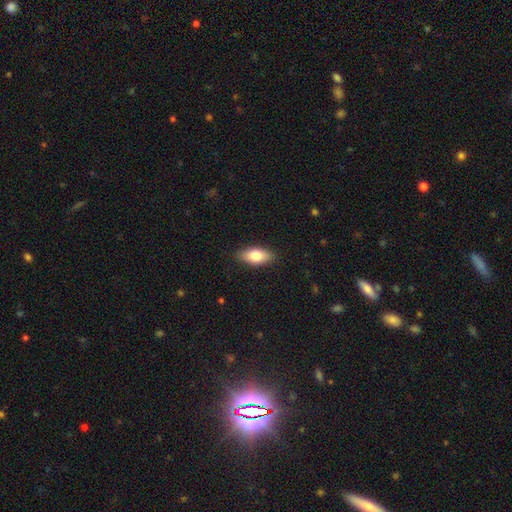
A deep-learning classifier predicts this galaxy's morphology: smooth_or_featured: smooth (p=0.77) [alt: featured or disk p=0.17]
how_rounded: in between (p=0.85) [alt: cigar-shaped p=0.12]
merging: none (p=0.88) [alt: minor disturbance p=0.09]